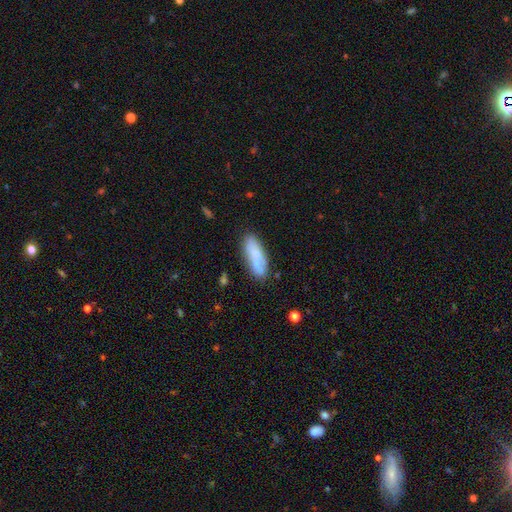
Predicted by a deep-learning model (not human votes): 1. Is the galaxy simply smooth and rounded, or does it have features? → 65% smooth, 28% featured or disk, 7% star or artifact.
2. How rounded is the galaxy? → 60% in between, 38% cigar-shaped, 2% round.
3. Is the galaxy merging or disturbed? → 71% none, 18% minor disturbance, 6% merger, 5% major disturbance.